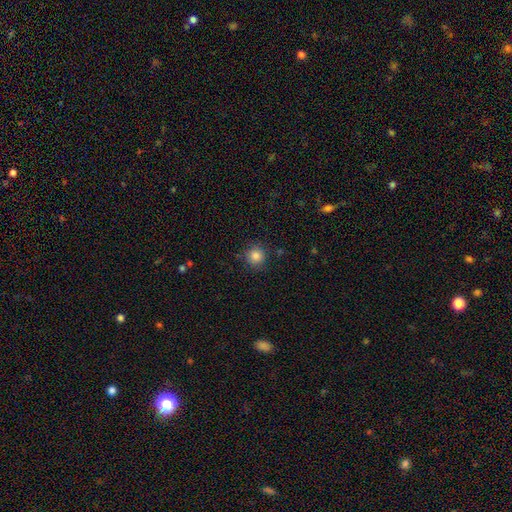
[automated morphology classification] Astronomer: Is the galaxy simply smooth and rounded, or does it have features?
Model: smooth — 84%.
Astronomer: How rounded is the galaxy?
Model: round — 94%.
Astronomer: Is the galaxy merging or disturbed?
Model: none — 88%.